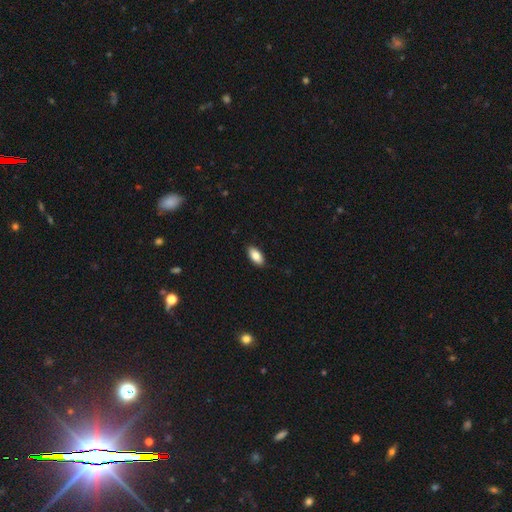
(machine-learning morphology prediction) smooth-or-featured: smooth: 84% | featured or disk: 10% | star or artifact: 7%
  how-rounded: in between: 92% | cigar-shaped: 6% | round: 3%
  merging: none: 88% | minor disturbance: 9% | major disturbance: 2% | merger: 1%